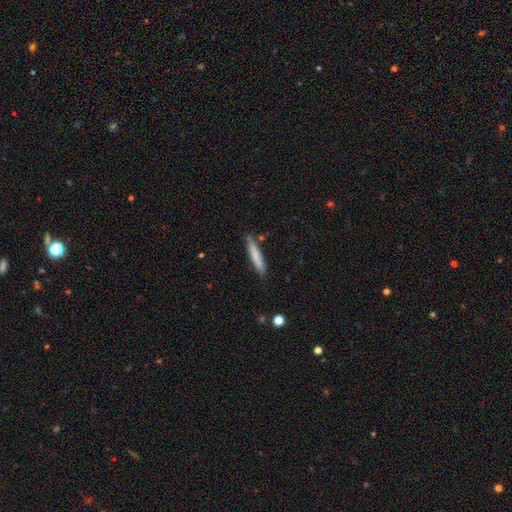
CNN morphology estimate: The model was most divided on "smooth or featured": smooth: 77%, featured or disk: 17%, star or artifact: 6%. More confident: how rounded — cigar-shaped (93%); merging — none (84%).